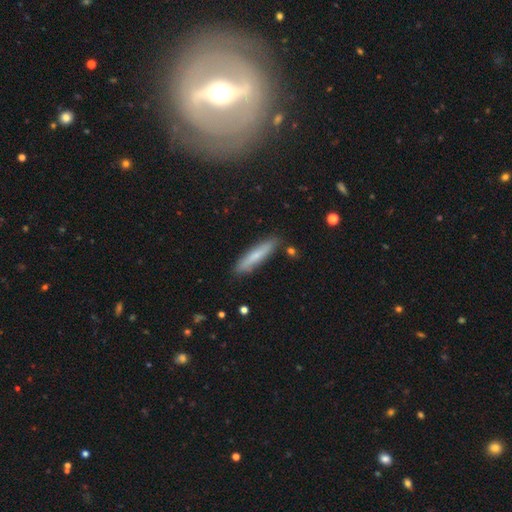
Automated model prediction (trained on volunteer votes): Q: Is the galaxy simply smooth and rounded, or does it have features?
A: smooth — 64%.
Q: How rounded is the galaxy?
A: cigar-shaped — 87%.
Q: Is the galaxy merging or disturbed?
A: none — 86%.